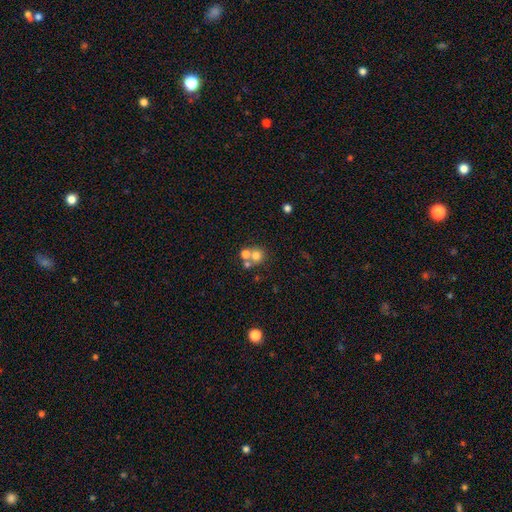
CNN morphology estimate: This is likely a smooth galaxy (68%). How rounded: clearly round (86%). Merging: possibly merger (47%).